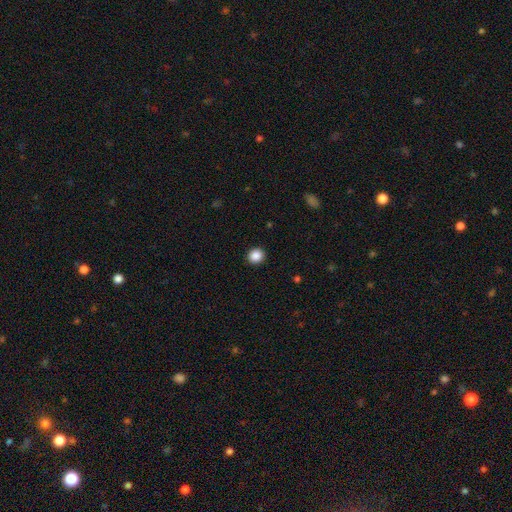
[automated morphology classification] Q: Smooth or featured?
A: smooth (88%); runner-up: star or artifact (10%)
Q: How rounded?
A: round (88%); runner-up: in between (11%)
Q: Merging?
A: none (93%); runner-up: minor disturbance (5%)